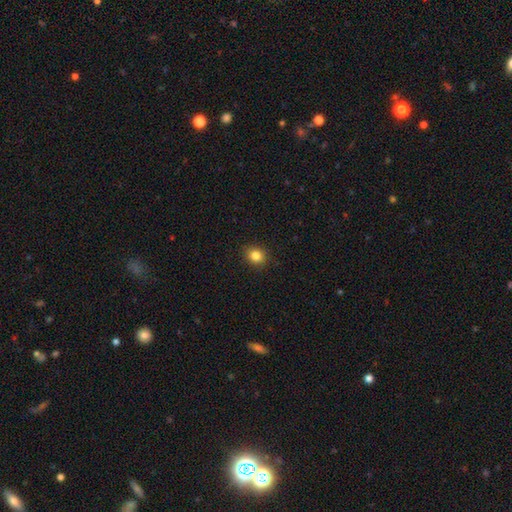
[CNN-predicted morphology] Q: Smooth or featured?
A: smooth (83%); runner-up: star or artifact (11%)
Q: How rounded?
A: round (71%); runner-up: in between (29%)
Q: Merging?
A: none (90%); runner-up: minor disturbance (7%)